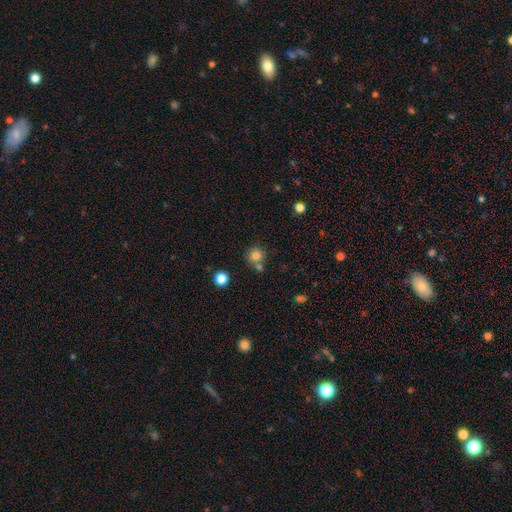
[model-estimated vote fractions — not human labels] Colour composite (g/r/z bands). It shows a smooth galaxy with no disk features (80%) that is round (92%). Merging: none (66%).